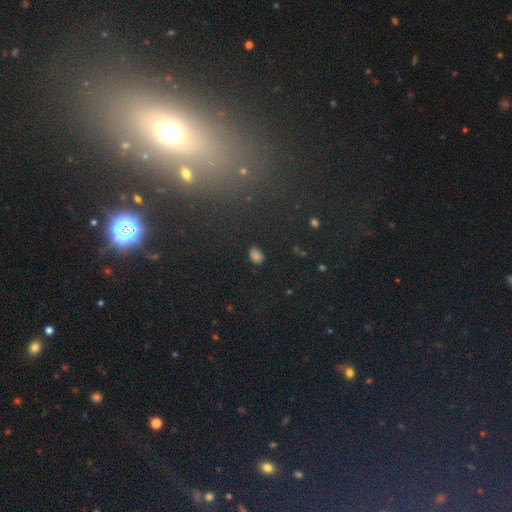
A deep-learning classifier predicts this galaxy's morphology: Overall: smooth (67%). How rounded: in between (83%). Merging: none (85%).